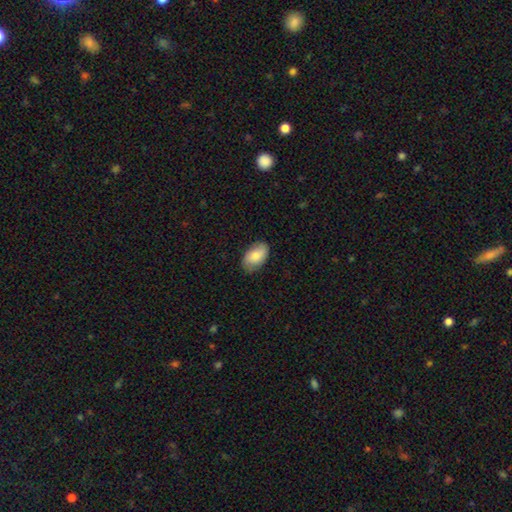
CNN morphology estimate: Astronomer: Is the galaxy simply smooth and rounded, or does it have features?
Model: smooth — 76%.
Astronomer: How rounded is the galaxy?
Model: in between — 93%.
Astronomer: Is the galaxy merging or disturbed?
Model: none — 78%.